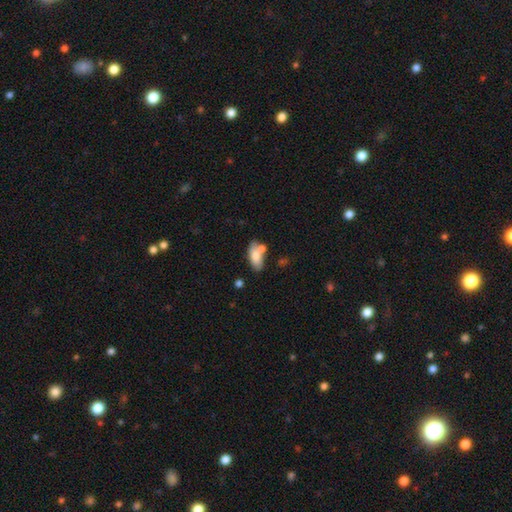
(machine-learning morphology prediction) Smooth or featured? Predicted: smooth (p=0.77). How rounded? Predicted: in between (p=0.89). Merging? Predicted: none (p=0.51).